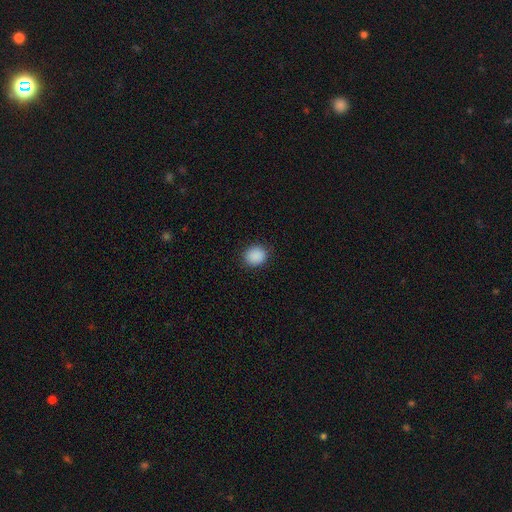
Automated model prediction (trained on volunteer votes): Smooth or featured: smooth — 89% (star or artifact — 8%)
How rounded: round — 73% (in between — 26%)
Merging: none — 88% (minor disturbance — 8%)